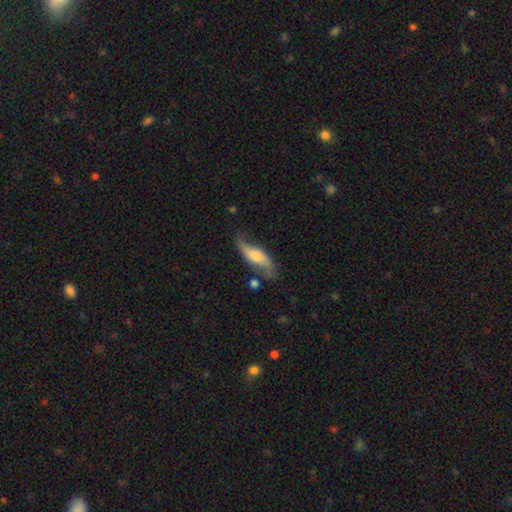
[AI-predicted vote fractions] Q: Smooth or featured?
A: featured or disk (62%); runner-up: smooth (32%)
Q: Edge-on disk?
A: no (76%); runner-up: yes (24%)
Q: Merging?
A: none (64%); runner-up: minor disturbance (23%)